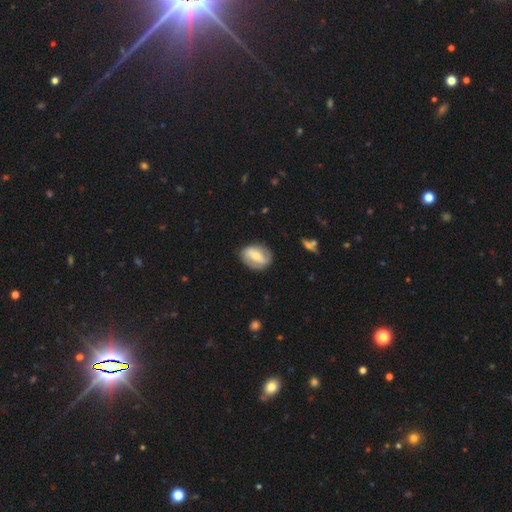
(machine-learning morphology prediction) This is likely a featured or disk galaxy (60%). It is clearly not viewed edge-on (93%). Bar: possibly strong (46%). Spiral arm pattern: likely yes (63%). Central bulge: possibly moderate (55%). Merging: clearly none (82%).